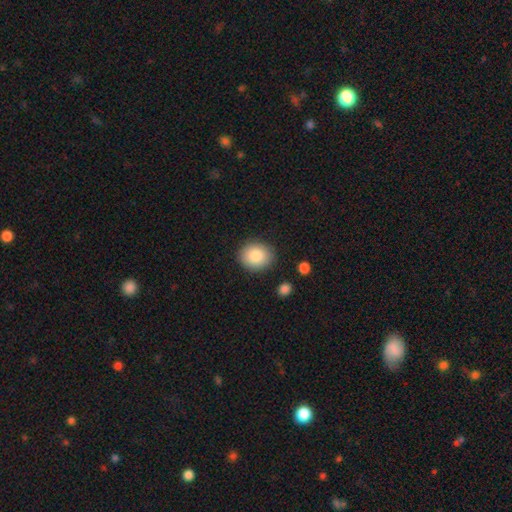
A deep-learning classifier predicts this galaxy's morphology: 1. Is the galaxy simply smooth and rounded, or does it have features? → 86% smooth, 7% star or artifact, 6% featured or disk.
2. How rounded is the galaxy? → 63% round, 36% in between, 1% cigar-shaped.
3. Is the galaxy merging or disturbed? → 86% none, 9% minor disturbance, 3% major disturbance, 2% merger.